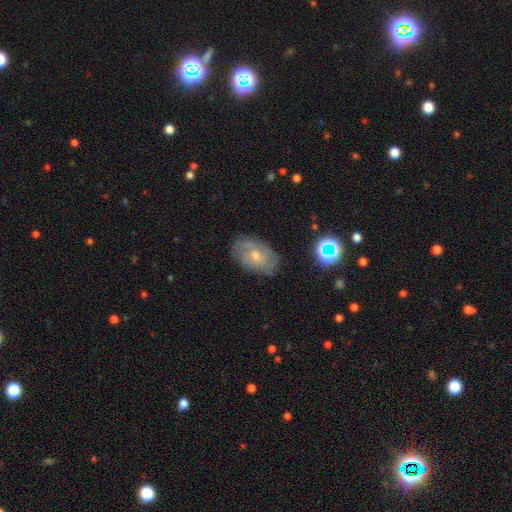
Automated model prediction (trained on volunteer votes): Q: Smooth or featured?
A: featured or disk (57%); runner-up: smooth (31%)
Q: Edge-on disk?
A: no (94%); runner-up: yes (6%)
Q: Bar?
A: no (70%); runner-up: weak (26%)
Q: Spiral arms?
A: yes (78%); runner-up: no (22%)
Q: Bulge size?
A: small (54%); runner-up: moderate (42%)
Q: Merging?
A: none (74%); runner-up: minor disturbance (19%)